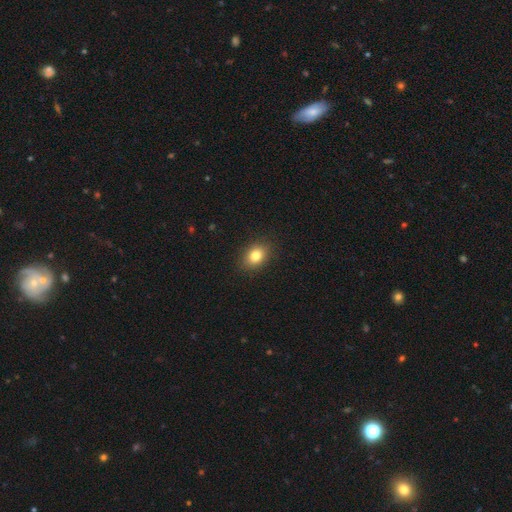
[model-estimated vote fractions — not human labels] Q: Smooth or featured?
A: smooth (82%); runner-up: star or artifact (10%)
Q: How rounded?
A: in between (69%); runner-up: round (30%)
Q: Merging?
A: none (88%); runner-up: minor disturbance (8%)